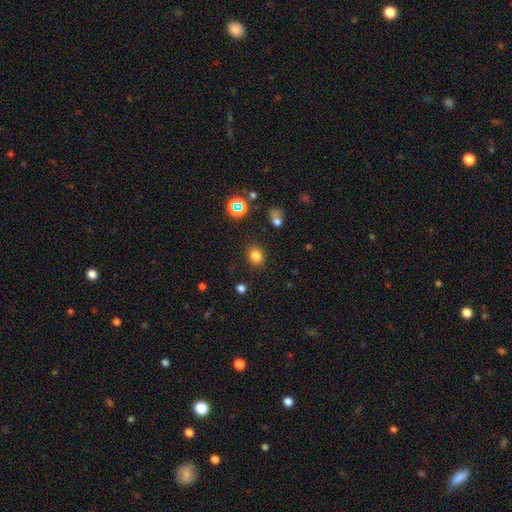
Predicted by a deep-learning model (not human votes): The model was most divided on "how rounded": round: 66%, in between: 34%, cigar-shaped: 1%. More confident: merging — none (85%); smooth or featured — smooth (79%).